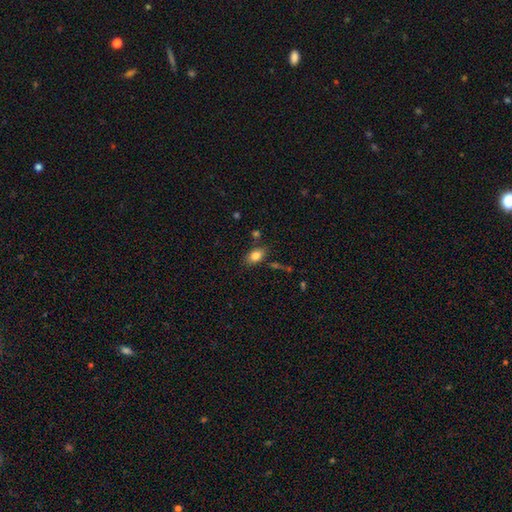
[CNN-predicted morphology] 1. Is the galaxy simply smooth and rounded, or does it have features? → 82% smooth, 9% star or artifact, 9% featured or disk.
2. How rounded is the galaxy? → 88% in between, 9% round, 3% cigar-shaped.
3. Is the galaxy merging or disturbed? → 78% none, 13% minor disturbance, 5% merger, 3% major disturbance.